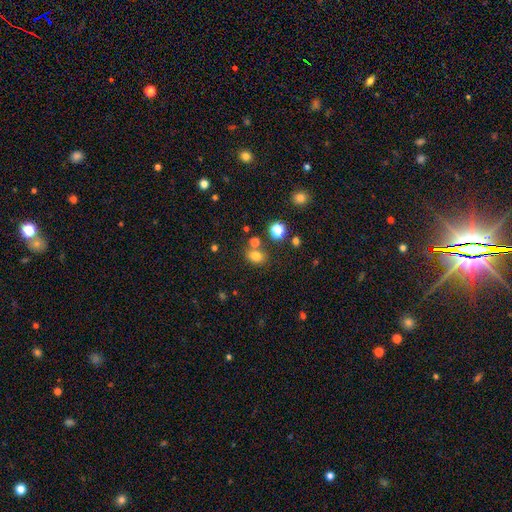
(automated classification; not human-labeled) The model was most divided on "how rounded": in between: 59%, round: 40%, cigar-shaped: 1%. More confident: smooth or featured — smooth (76%); merging — none (69%).